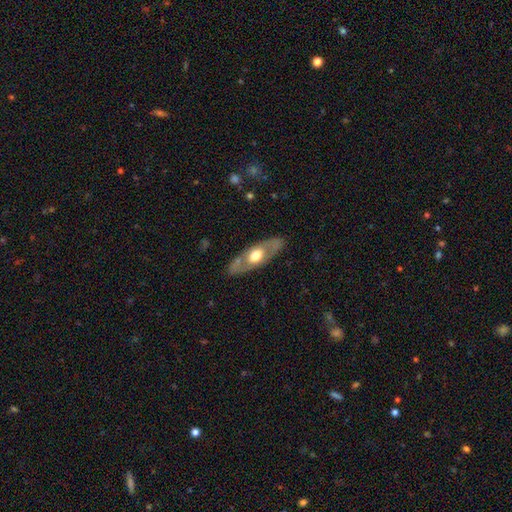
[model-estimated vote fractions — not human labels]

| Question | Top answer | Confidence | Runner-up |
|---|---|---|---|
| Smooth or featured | featured or disk | 58% | smooth (37%) |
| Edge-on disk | no | 70% | yes (30%) |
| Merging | none | 84% | minor disturbance (11%) |